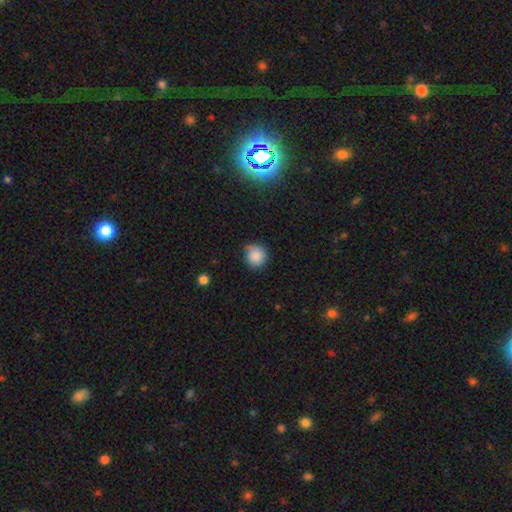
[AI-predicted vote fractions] Smooth or featured?
  - smooth: 85% *
  - star or artifact: 10%
  - featured or disk: 5%
How rounded?
  - round: 91% *
  - in between: 8%
  - cigar-shaped: 1%
Merging?
  - none: 70% *
  - minor disturbance: 23%
  - major disturbance: 5%
  - merger: 2%